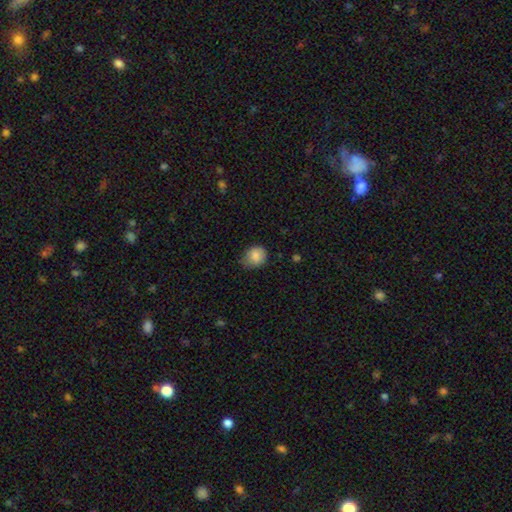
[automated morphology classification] The model was most divided on "merging": none: 64%, minor disturbance: 30%, major disturbance: 5%, merger: 1%. More confident: smooth or featured — smooth (85%); how rounded — round (67%).